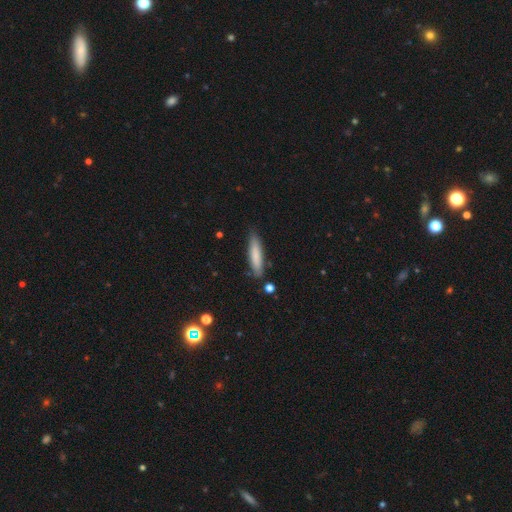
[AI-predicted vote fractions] smooth-or-featured: smooth: 79% | featured or disk: 15% | star or artifact: 6%
  how-rounded: cigar-shaped: 81% | in between: 17% | round: 1%
  merging: none: 82% | minor disturbance: 14% | merger: 3% | major disturbance: 2%